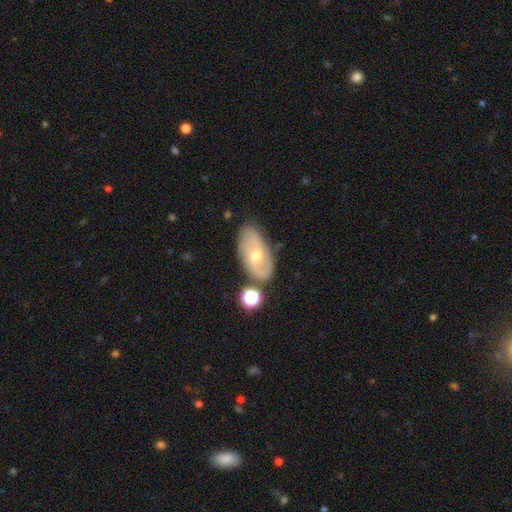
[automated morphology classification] A featured or disk galaxy (60%) with no bar (49%), spiral arms (76%) and a moderate central bulge (57%).

Vote fractions:
- Smooth or featured? featured or disk: 60% / smooth: 32% / star or artifact: 8%
- Edge-on disk? no: 91% / yes: 9%
- Bar? no: 49% / weak: 41% / strong: 9%
- Spiral arms? yes: 76% / no: 24%
- Bulge size? moderate: 57% / small: 39% / large: 2% / none: 1% / dominant: 1%
- Merging? none: 67% / minor disturbance: 20% / merger: 8% / major disturbance: 5%